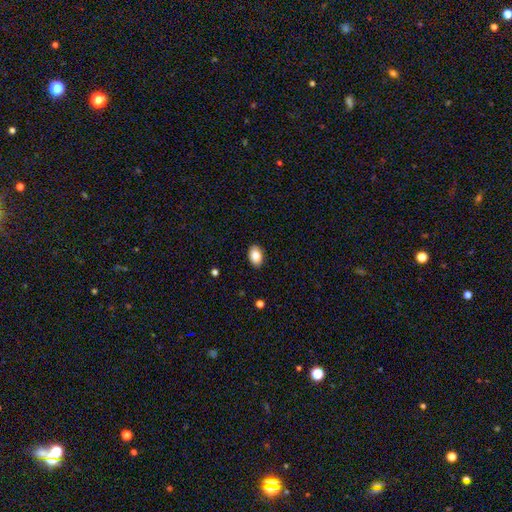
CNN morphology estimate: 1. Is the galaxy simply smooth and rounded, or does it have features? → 85% smooth, 8% star or artifact, 7% featured or disk.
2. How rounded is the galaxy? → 88% in between, 11% round, 1% cigar-shaped.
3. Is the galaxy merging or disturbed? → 89% none, 8% minor disturbance, 2% major disturbance, 1% merger.